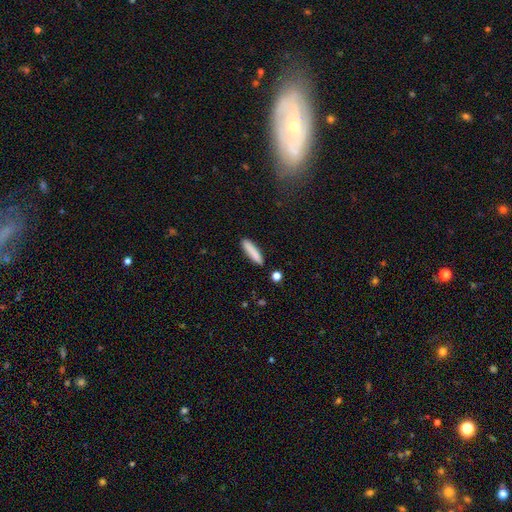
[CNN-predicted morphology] Smooth or featured? smooth (84%)
How rounded? cigar-shaped (81%)
Merging? none (84%)